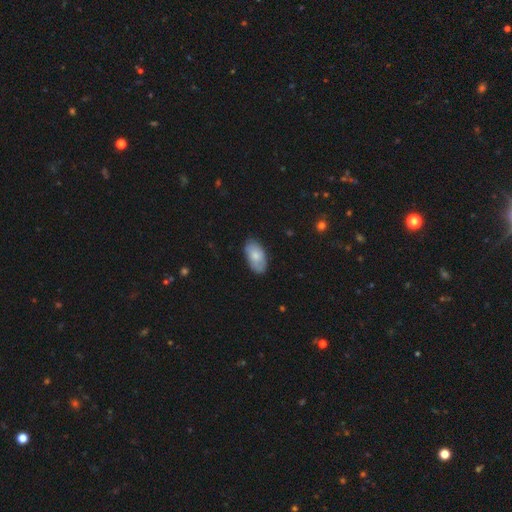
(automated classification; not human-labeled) This is likely a smooth galaxy (75%). How rounded: clearly in between (94%). Merging: likely none (78%).